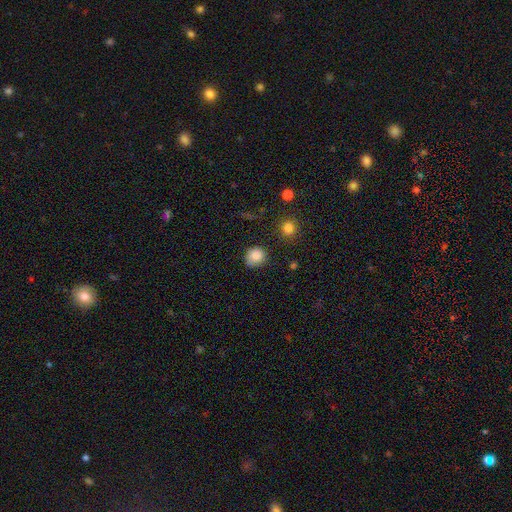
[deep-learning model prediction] smooth_or_featured: smooth (p=0.86) [alt: star or artifact p=0.10]
how_rounded: round (p=0.80) [alt: in between p=0.19]
merging: none (p=0.72) [alt: minor disturbance p=0.21]